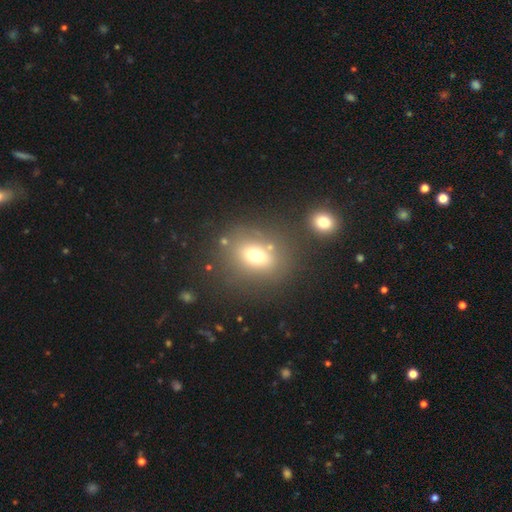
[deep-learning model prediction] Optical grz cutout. It shows a smooth galaxy with no disk features (68%) that is round (50%). Merging: none (69%).